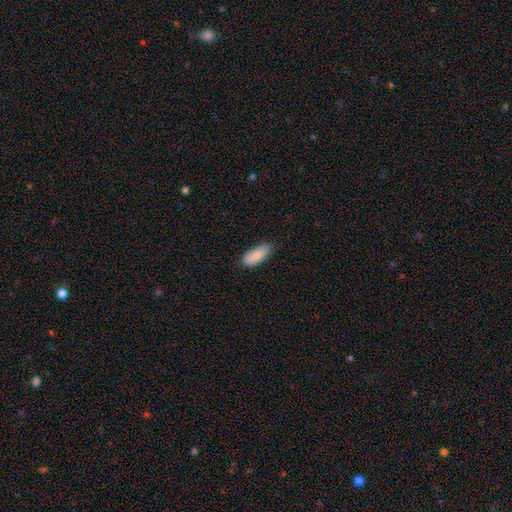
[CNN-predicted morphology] A smooth galaxy with no disk features (87%) that is in between round and cigar-shaped (79%). Merging: none (71%).